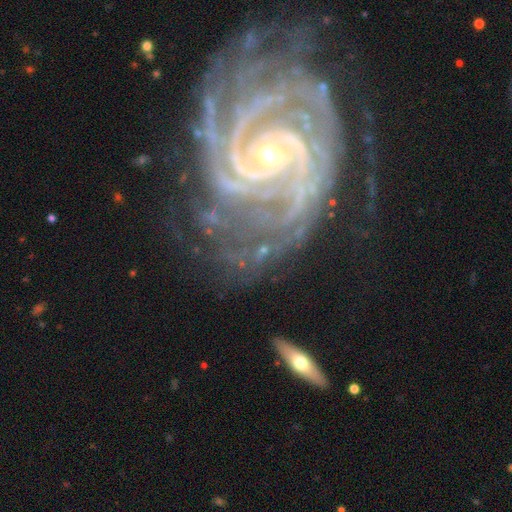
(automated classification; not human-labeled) The model was most divided on "spiral arm count": 2: 26%, 3: 20%, 4: 18%, can't tell: 14%, more than 4: 13%, 1: 9%. More confident: spiral arms — yes (99%); edge-on disk — no (97%); smooth or featured — featured or disk (92%); bulge size — small (77%); spiral winding — tight (77%); merging — none (62%); bar — no (56%).